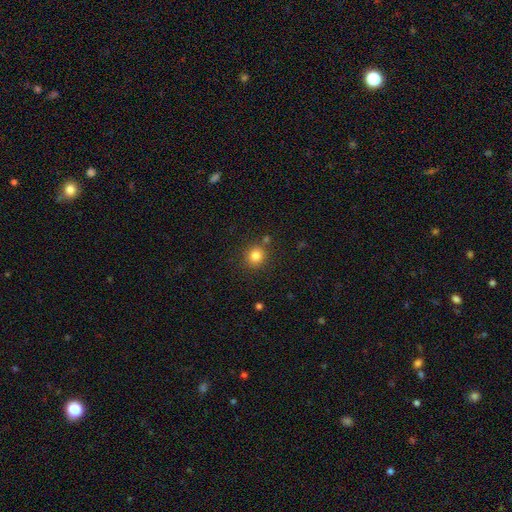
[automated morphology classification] This is clearly a smooth galaxy (82%). How rounded: clearly round (89%). Merging: clearly none (82%).